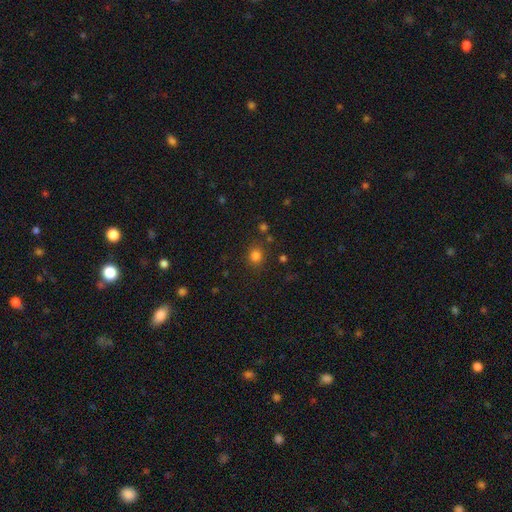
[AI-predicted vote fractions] smooth-or-featured: smooth: 79% | star or artifact: 16% | featured or disk: 5%
  how-rounded: round: 80% | in between: 19% | cigar-shaped: 1%
  merging: none: 83% | minor disturbance: 9% | merger: 4% | major disturbance: 3%